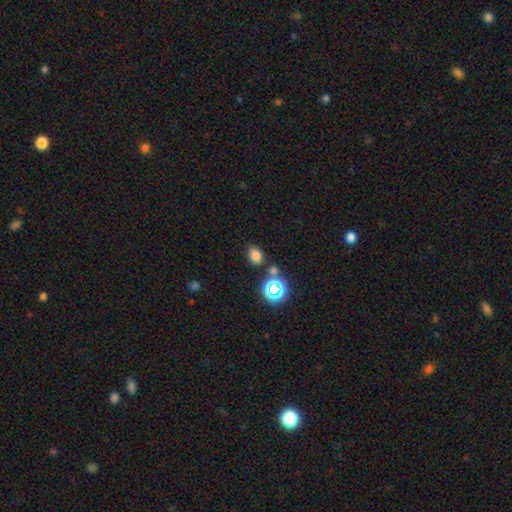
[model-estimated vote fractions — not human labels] Smooth or featured: smooth — 74% (star or artifact — 20%)
How rounded: in between — 65% (round — 34%)
Merging: none — 76% (minor disturbance — 11%)